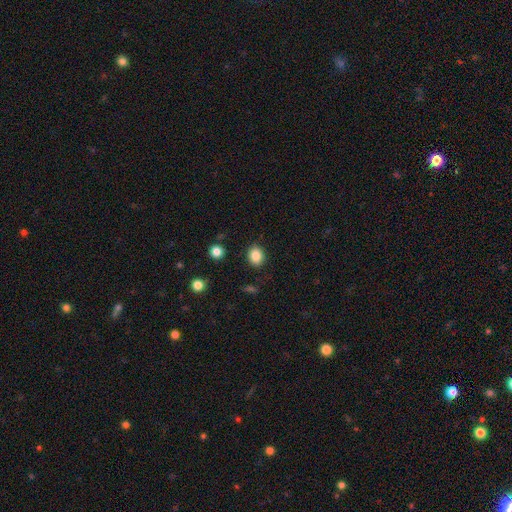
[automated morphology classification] smooth 85%, star or artifact 9%, featured or disk 5%. Down the decision tree: how rounded — round (56%); merging — none (88%).